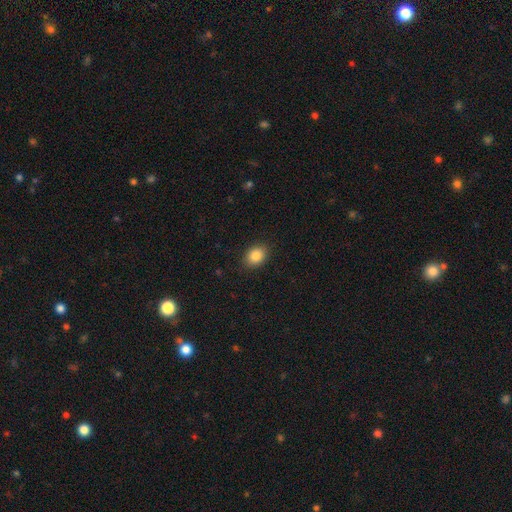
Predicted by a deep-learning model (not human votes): smooth-or-featured: smooth: 86% | star or artifact: 9% | featured or disk: 6%
  how-rounded: in between: 64% | round: 35% | cigar-shaped: 1%
  merging: none: 88% | minor disturbance: 9% | major disturbance: 2% | merger: 1%